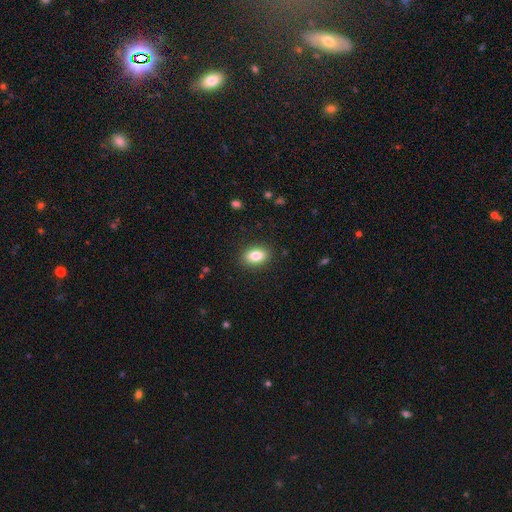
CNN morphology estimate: This appears to be a smooth galaxy with no disk features (85%) that is in between round and cigar-shaped (87%). Merging: none (88%).